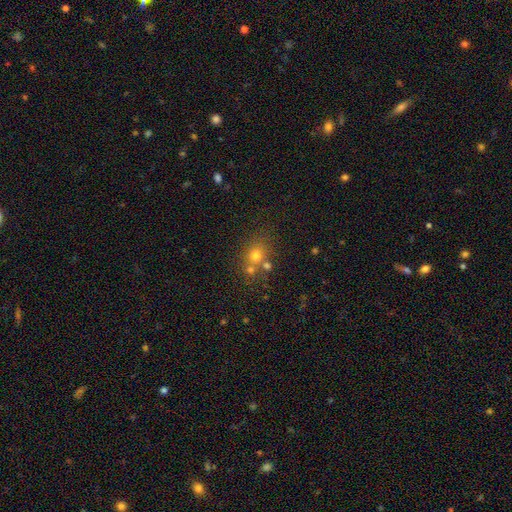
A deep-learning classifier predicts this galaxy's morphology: This appears to be a smooth galaxy with no disk features (66%) that is round (74%). Merging: none (53%).